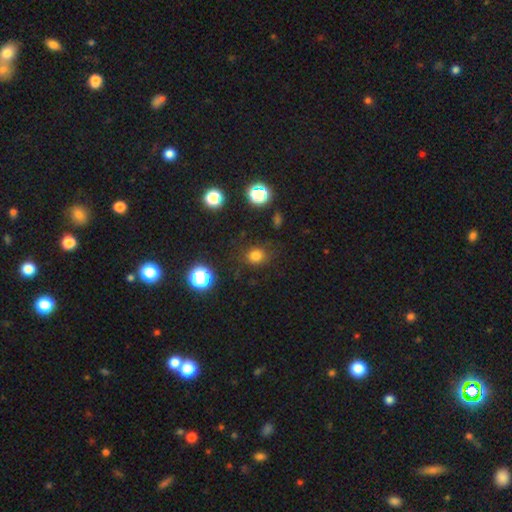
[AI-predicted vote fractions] This appears to be a smooth galaxy with no disk features (76%) that is round (74%). Merging: none (82%).